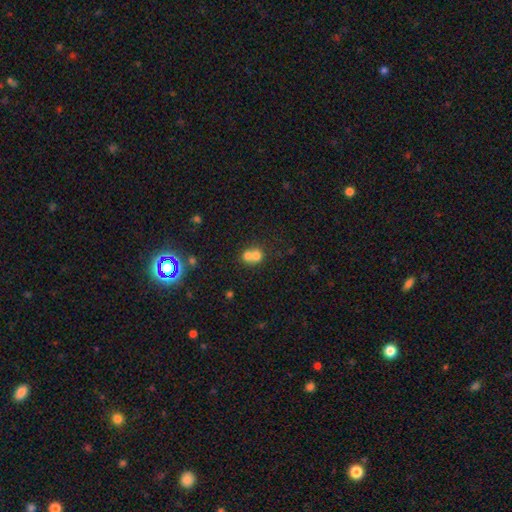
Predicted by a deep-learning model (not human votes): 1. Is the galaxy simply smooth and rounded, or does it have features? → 68% smooth, 19% featured or disk, 12% star or artifact.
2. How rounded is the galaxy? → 74% round, 25% in between, 1% cigar-shaped.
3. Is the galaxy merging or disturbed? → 67% merger, 25% none, 5% minor disturbance, 3% major disturbance.